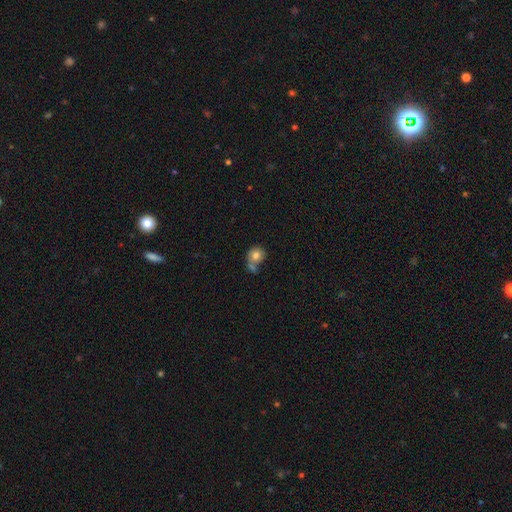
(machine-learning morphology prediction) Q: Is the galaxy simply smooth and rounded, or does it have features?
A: smooth — 73%.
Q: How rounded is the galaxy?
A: round — 75%.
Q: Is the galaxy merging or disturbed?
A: merger — 36%.